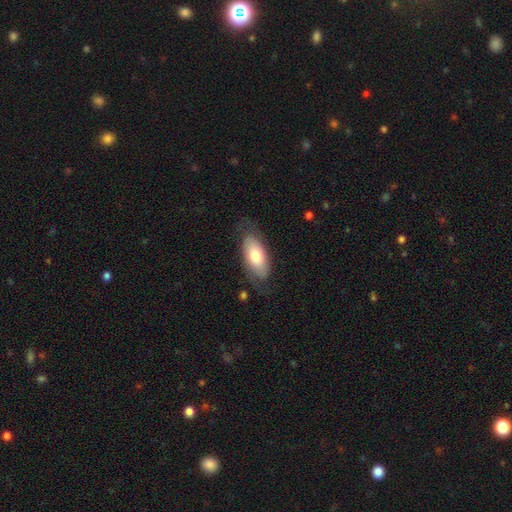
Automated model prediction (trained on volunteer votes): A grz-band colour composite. It shows a smooth galaxy with no disk features (64%) that is in between round and cigar-shaped (88%). Merging: none (69%).